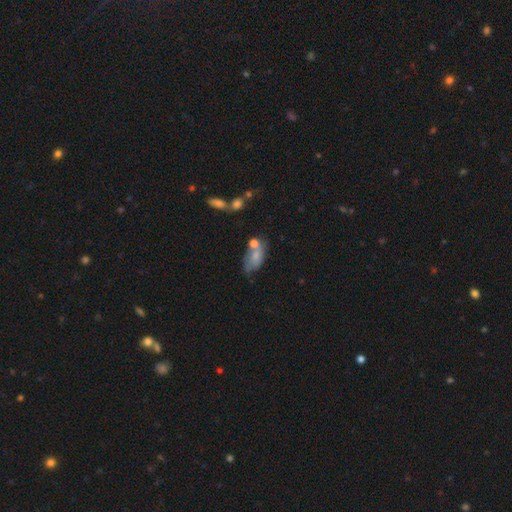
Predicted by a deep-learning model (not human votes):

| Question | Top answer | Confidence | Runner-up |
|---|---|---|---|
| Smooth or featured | smooth | 64% | featured or disk (26%) |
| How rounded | in between | 89% | round (8%) |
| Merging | none | 34% | minor disturbance (26%) |